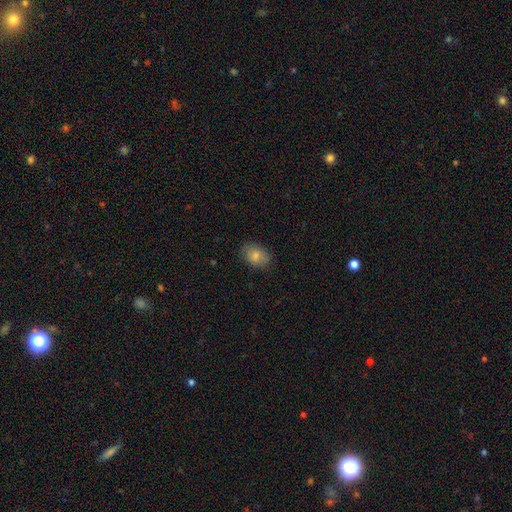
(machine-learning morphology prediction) Smooth or featured? smooth (82%)
How rounded? in between (74%)
Merging? none (81%)